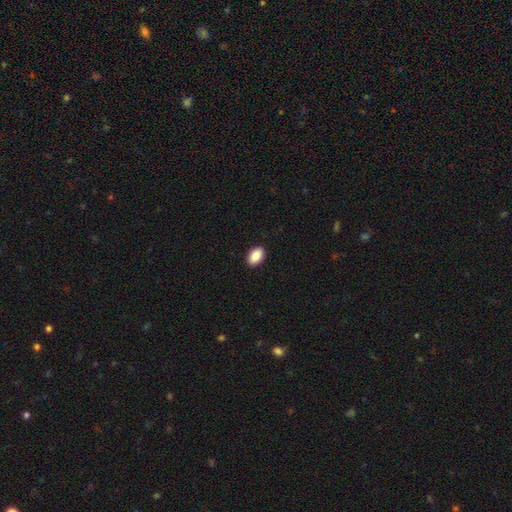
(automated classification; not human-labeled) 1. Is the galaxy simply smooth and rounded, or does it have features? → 89% smooth, 7% star or artifact, 4% featured or disk.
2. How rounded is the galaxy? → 89% in between, 10% round, 1% cigar-shaped.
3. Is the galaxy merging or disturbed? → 91% none, 6% minor disturbance, 2% major disturbance, 1% merger.